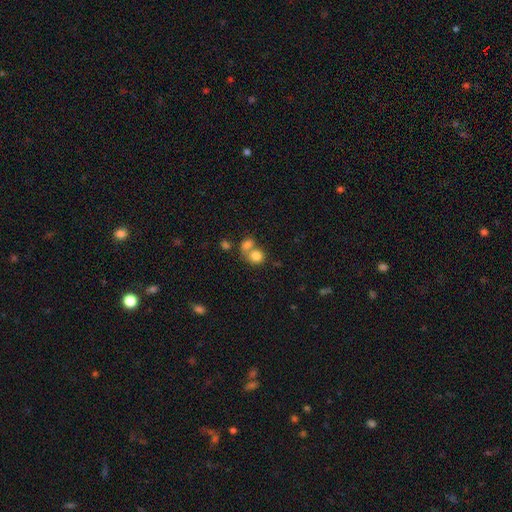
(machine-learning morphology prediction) A smooth galaxy with no disk features (80%) that is round (74%).

Vote fractions:
- Smooth or featured? smooth: 80% / star or artifact: 10% / featured or disk: 10%
- How rounded? round: 74% / in between: 25% / cigar-shaped: 1%
- Merging? merger: 52% / none: 35% / minor disturbance: 8% / major disturbance: 5%